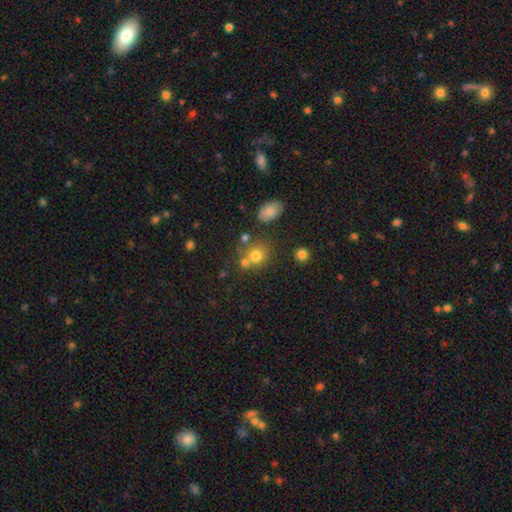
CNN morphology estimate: Smooth or featured?
  - smooth: 74% *
  - star or artifact: 15%
  - featured or disk: 11%
How rounded?
  - round: 75% *
  - in between: 24%
  - cigar-shaped: 1%
Merging?
  - none: 57% *
  - merger: 27%
  - minor disturbance: 11%
  - major disturbance: 5%